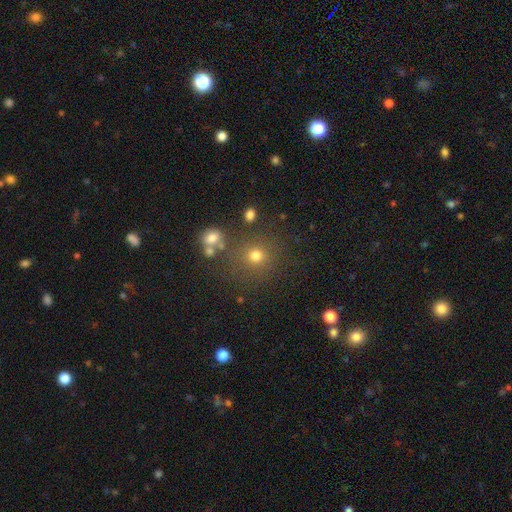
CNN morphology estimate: type=smooth (73%); roundness=round (90%); merging=none (79%).